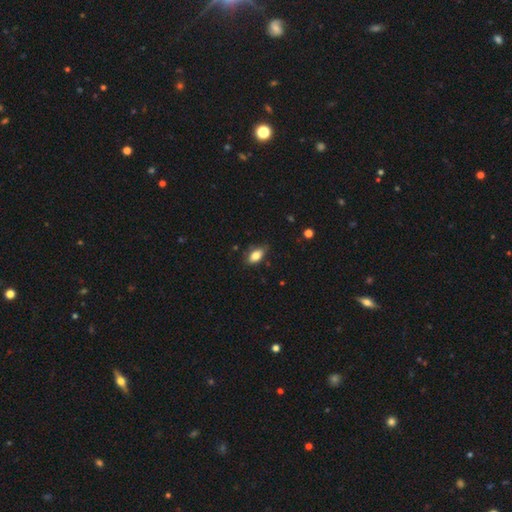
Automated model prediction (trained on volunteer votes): Smooth or featured? smooth (82%)
How rounded? in between (89%)
Merging? none (74%)